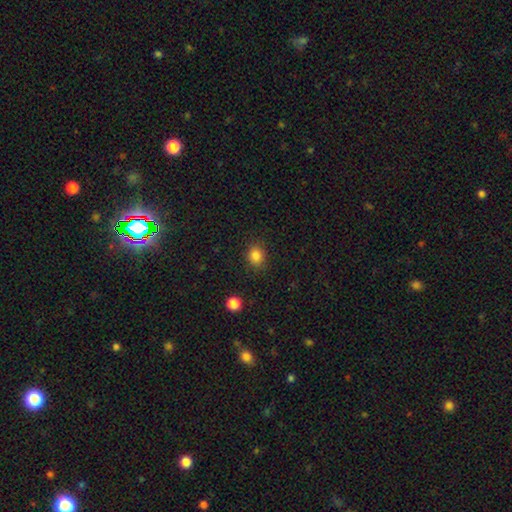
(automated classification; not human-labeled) smooth-or-featured: smooth: 85% | star or artifact: 11% | featured or disk: 4%
  how-rounded: round: 67% | in between: 32% | cigar-shaped: 1%
  merging: none: 86% | minor disturbance: 10% | major disturbance: 3% | merger: 1%